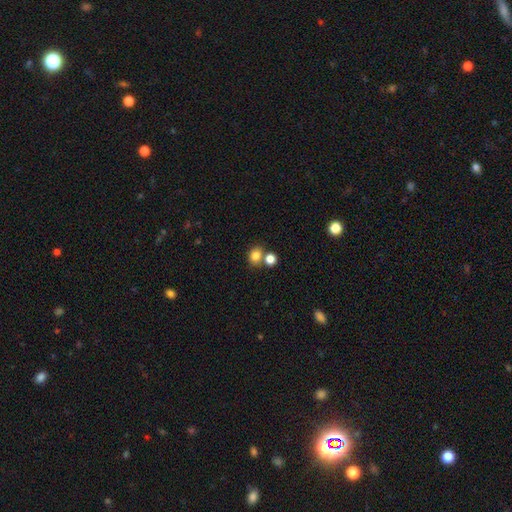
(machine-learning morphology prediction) Smooth or featured? Predicted: smooth (p=0.81). How rounded? Predicted: round (p=0.69). Merging? Predicted: none (p=0.60).